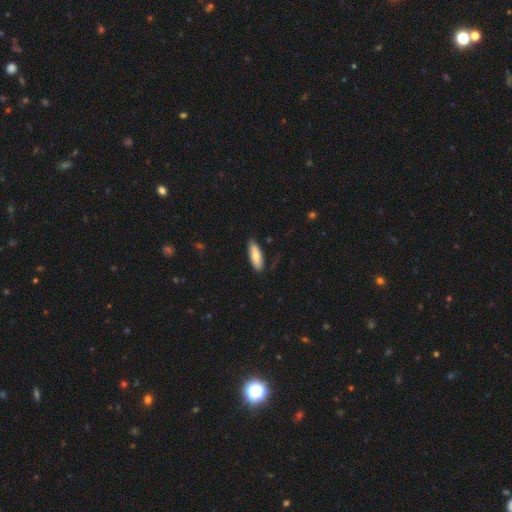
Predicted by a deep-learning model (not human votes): Q: Smooth or featured?
A: smooth (76%); runner-up: featured or disk (18%)
Q: How rounded?
A: in between (60%); runner-up: cigar-shaped (38%)
Q: Merging?
A: none (80%); runner-up: minor disturbance (16%)